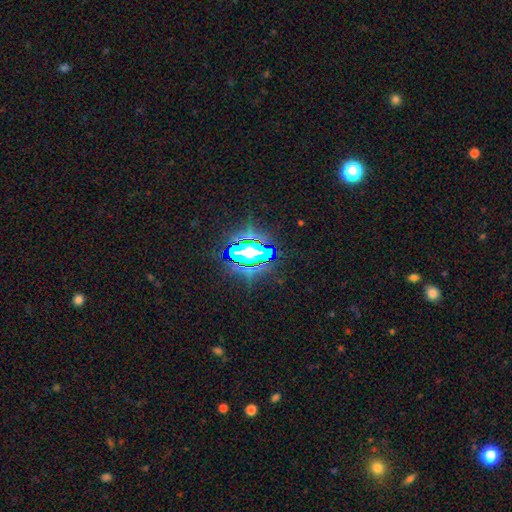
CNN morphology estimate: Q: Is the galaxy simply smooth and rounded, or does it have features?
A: star or artifact — 60%.